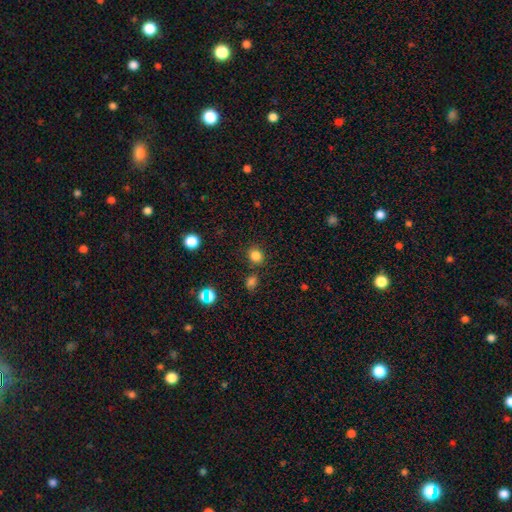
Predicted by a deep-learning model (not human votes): A smooth galaxy with no disk features (81%) that is round (73%). Merging: none (81%).